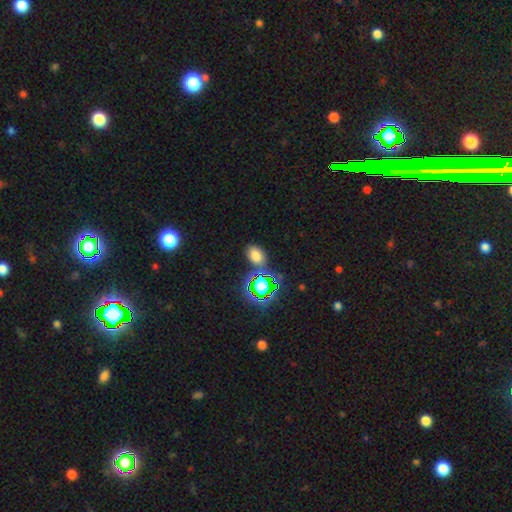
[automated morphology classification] Smooth or featured: smooth — 66% (star or artifact — 27%)
How rounded: in between — 81% (round — 17%)
Merging: none — 76% (minor disturbance — 12%)